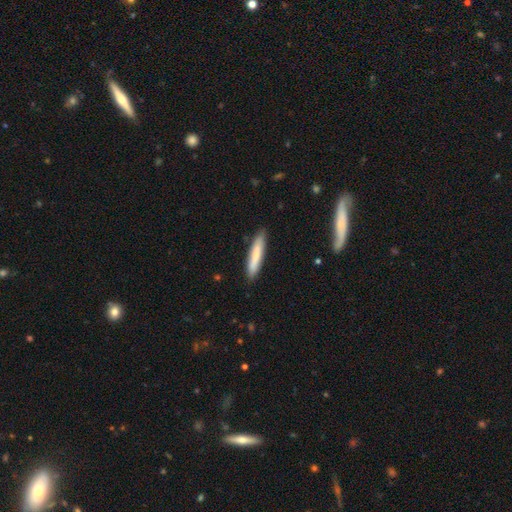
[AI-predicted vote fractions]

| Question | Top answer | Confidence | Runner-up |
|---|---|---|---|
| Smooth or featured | smooth | 76% | featured or disk (19%) |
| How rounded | cigar-shaped | 88% | in between (11%) |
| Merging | none | 88% | minor disturbance (9%) |